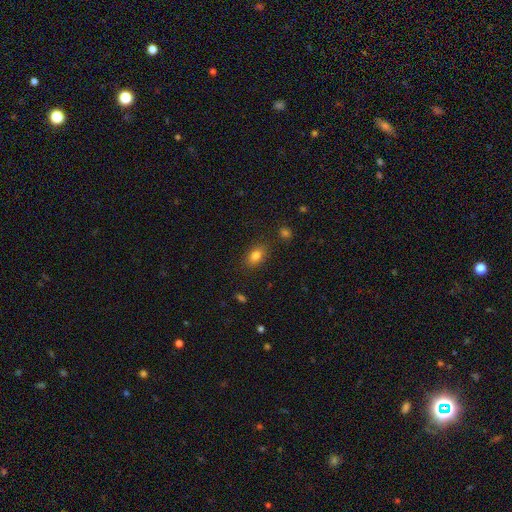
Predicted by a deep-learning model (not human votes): smooth 82%, star or artifact 10%, featured or disk 7%. Down the decision tree: how rounded — in between (81%); merging — none (84%).